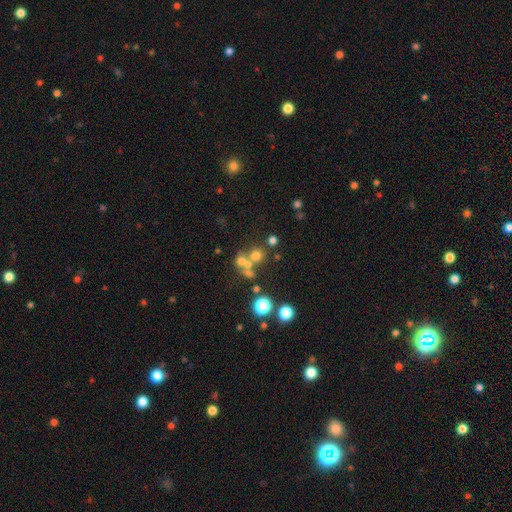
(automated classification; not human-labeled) Smooth or featured? smooth (57%)
How rounded? round (86%)
Merging? none (49%)